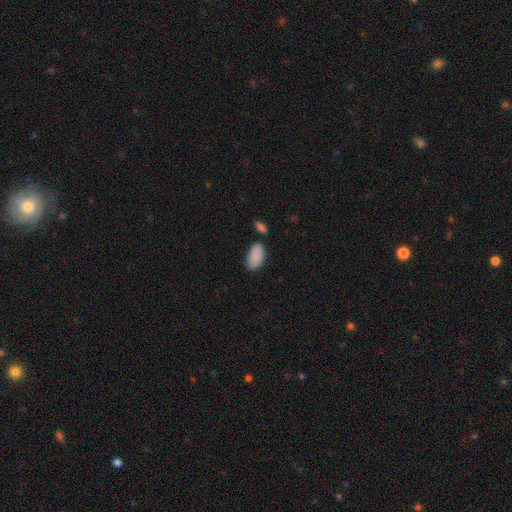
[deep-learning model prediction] A smooth galaxy with no disk features (89%) that is in between round and cigar-shaped (95%).

Vote fractions:
- Smooth or featured? smooth: 89% / star or artifact: 7% / featured or disk: 4%
- How rounded? in between: 95% / round: 3% / cigar-shaped: 2%
- Merging? none: 73% / minor disturbance: 16% / merger: 7% / major disturbance: 4%